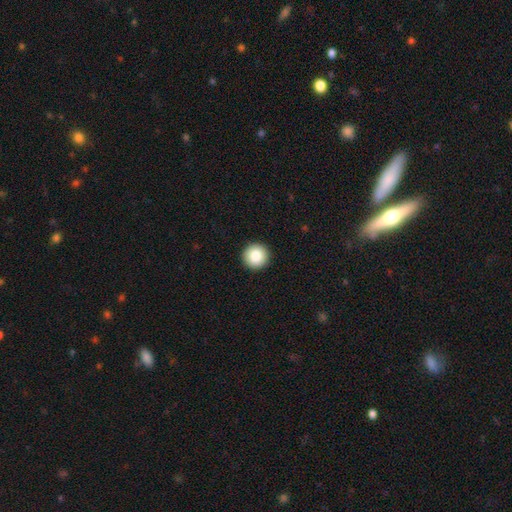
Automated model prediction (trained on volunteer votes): The model was most divided on "smooth or featured": smooth: 86%, star or artifact: 8%, featured or disk: 6%. More confident: how rounded — round (97%); merging — none (94%).